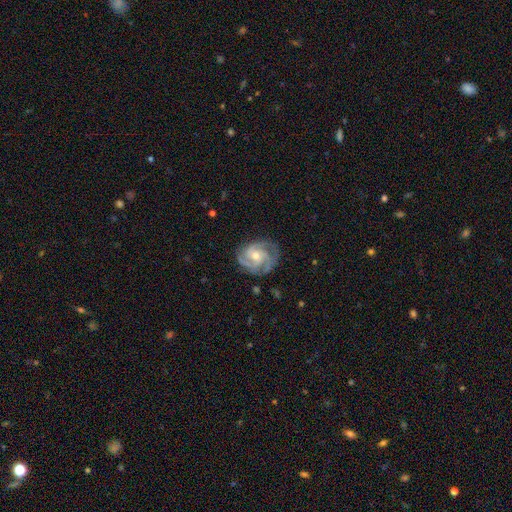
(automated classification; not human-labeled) smooth_or_featured: featured or disk (p=0.90) [alt: smooth p=0.05]
disk_edge_on: no (p=0.98) [alt: yes p=0.02]
bar: no (p=0.62) [alt: weak p=0.31]
has_spiral_arms: yes (p=0.98) [alt: no p=0.02]
spiral_winding: tight (p=0.61) [alt: medium p=0.34]
spiral_arm_count: 3 (p=0.55) [alt: 2 p=0.16]
bulge_size: moderate (p=0.50) [alt: small p=0.46]
merging: none (p=0.78) [alt: minor disturbance p=0.16]